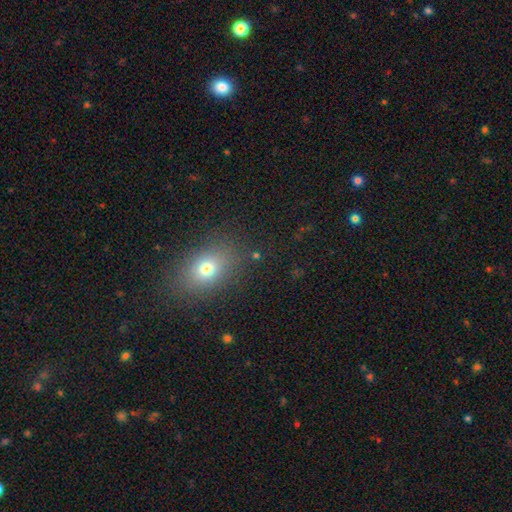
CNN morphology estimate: A smooth galaxy with no disk features (66%) that is in between round and cigar-shaped (63%). Merging: none (83%).